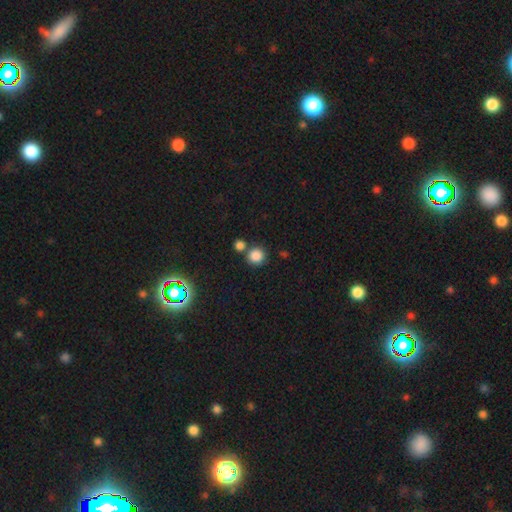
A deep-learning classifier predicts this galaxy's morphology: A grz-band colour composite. It shows a smooth galaxy with no disk features (84%) that is round (91%). Merging: none (68%).